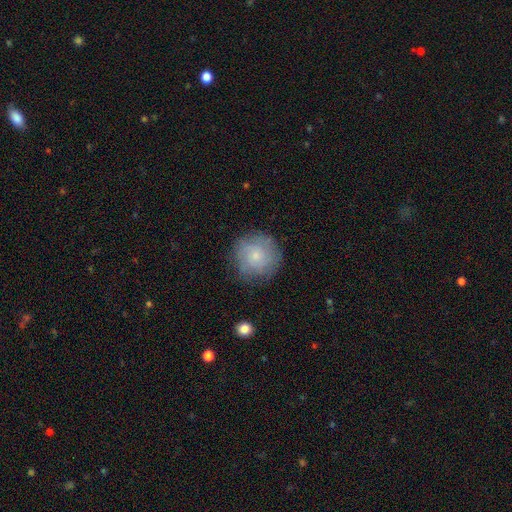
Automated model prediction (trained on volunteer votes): Smooth or featured: smooth — 68% (featured or disk — 24%)
How rounded: round — 94% (in between — 5%)
Merging: none — 77% (minor disturbance — 16%)